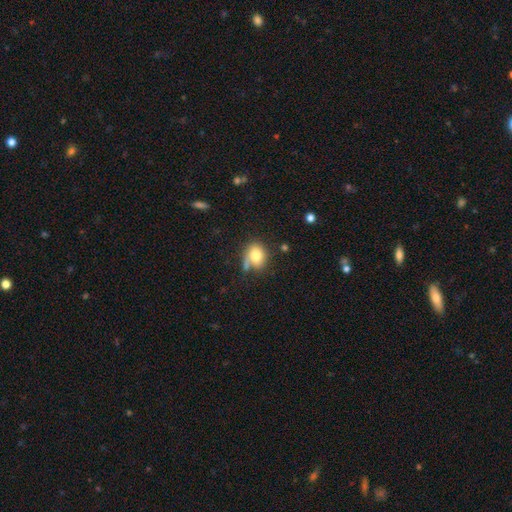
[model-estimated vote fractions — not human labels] This appears to be a smooth galaxy with no disk features (75%) that is in between round and cigar-shaped (51%). Merging: none (52%).